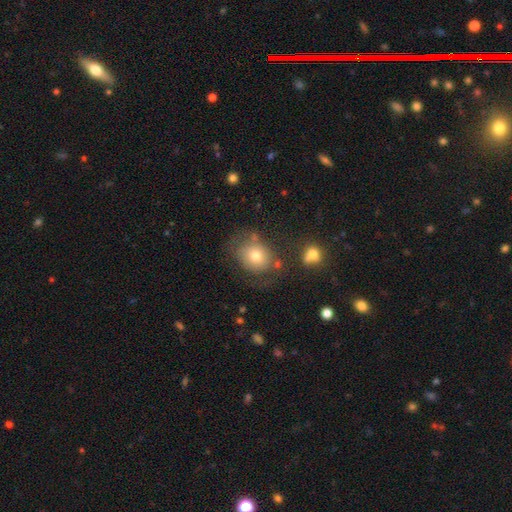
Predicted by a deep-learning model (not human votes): Overall: smooth (70%). How rounded: round (58%; in between 41%). Merging: none (59%; minor disturbance 21%).